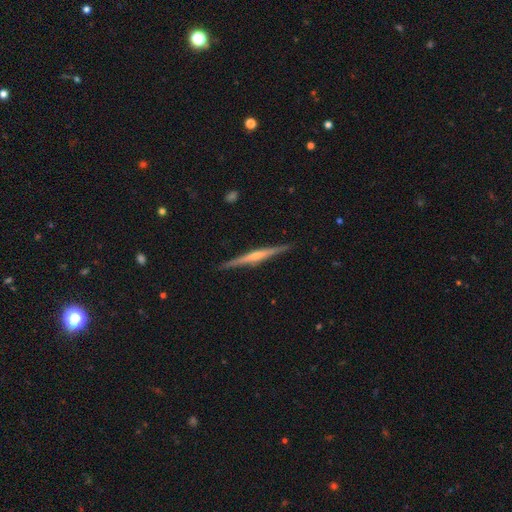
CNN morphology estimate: Smooth or featured: featured or disk — 74% (smooth — 21%)
Edge-on disk: yes — 98% (no — 2%)
Edge-on bulge: rounded — 60% (none — 26%)
Merging: none — 90% (minor disturbance — 7%)